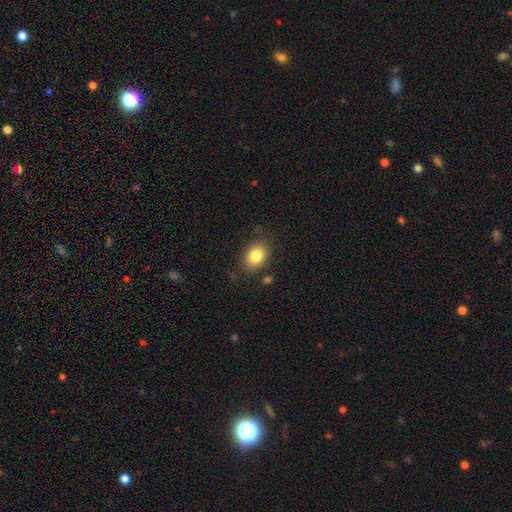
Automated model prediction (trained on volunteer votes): smooth_or_featured: smooth (p=0.84) [alt: star or artifact p=0.09]
how_rounded: in between (p=0.65) [alt: round p=0.34]
merging: none (p=0.81) [alt: minor disturbance p=0.13]